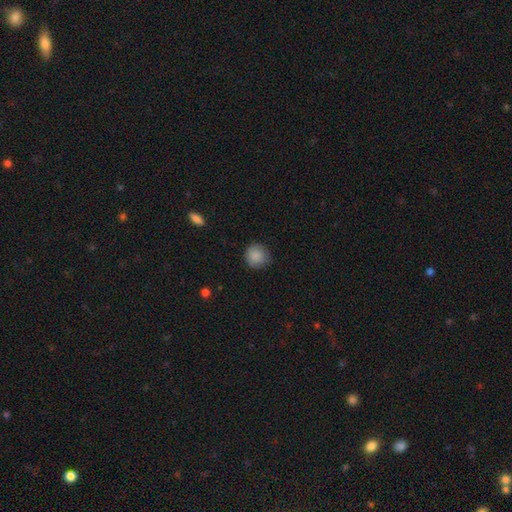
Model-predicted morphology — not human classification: Smooth or featured? Predicted: smooth (p=0.87). How rounded? Predicted: round (p=0.92). Merging? Predicted: none (p=0.82).